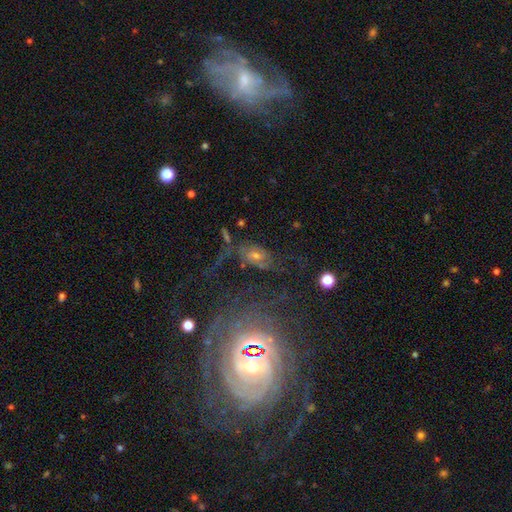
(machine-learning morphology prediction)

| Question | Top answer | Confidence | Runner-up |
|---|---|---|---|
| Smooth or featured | featured or disk | 52% | star or artifact (24%) |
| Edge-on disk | no | 92% | yes (8%) |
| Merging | none | 48% | major disturbance (26%) |